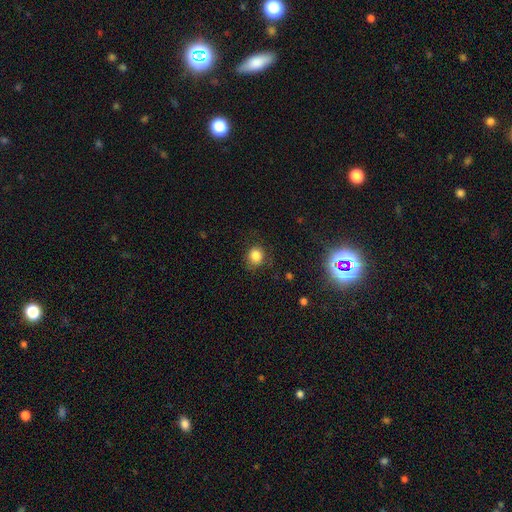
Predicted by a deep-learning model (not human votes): Smooth or featured? Predicted: smooth (p=0.82). How rounded? Predicted: round (p=0.79). Merging? Predicted: none (p=0.75).